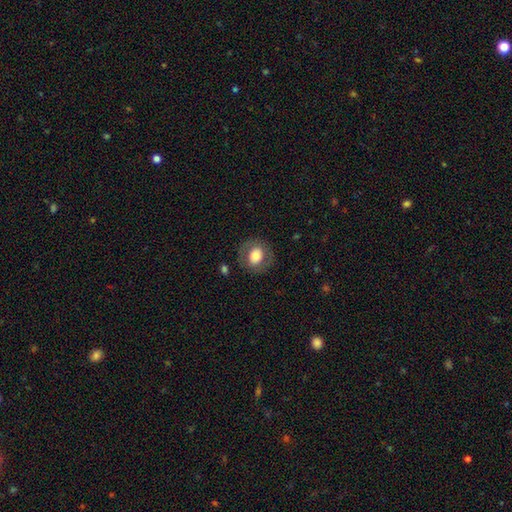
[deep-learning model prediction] This is likely a smooth galaxy (66%). How rounded: likely round (71%). Merging: clearly none (82%).